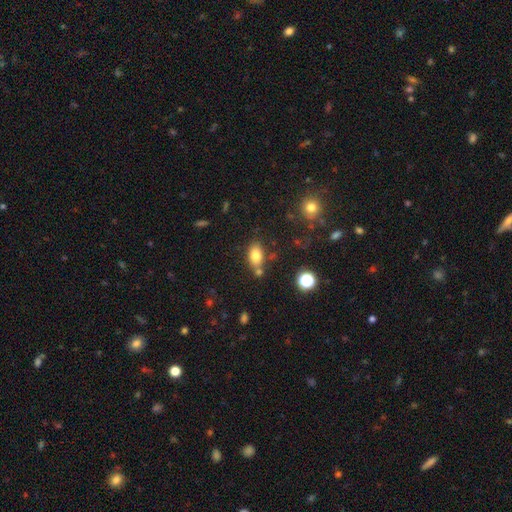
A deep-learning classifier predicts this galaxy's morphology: Q: Smooth or featured?
A: smooth (78%); runner-up: featured or disk (11%)
Q: How rounded?
A: in between (83%); runner-up: round (14%)
Q: Merging?
A: none (66%); runner-up: merger (15%)